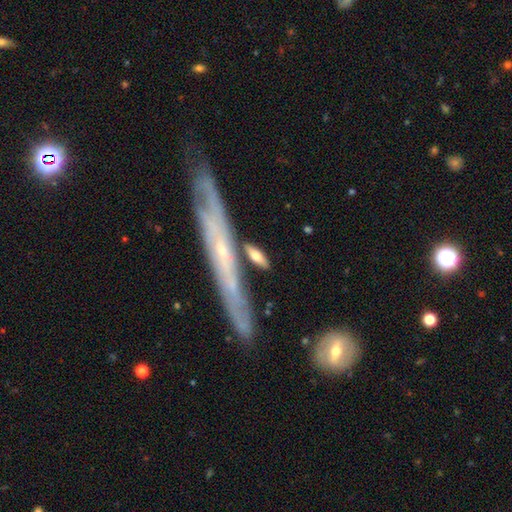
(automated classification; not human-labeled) Smooth or featured? smooth (66%)
How rounded? in between (53%)
Merging? none (74%)